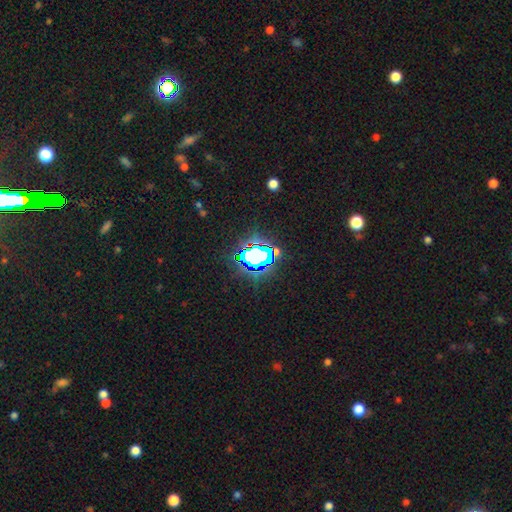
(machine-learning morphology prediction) The model was most divided on "smooth or featured": star or artifact: 64%, smooth: 22%, featured or disk: 14%.